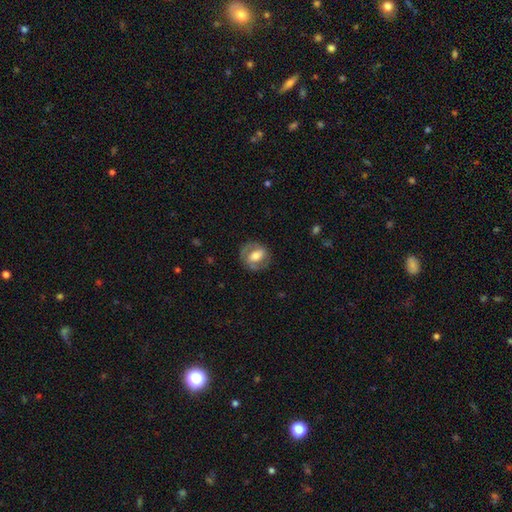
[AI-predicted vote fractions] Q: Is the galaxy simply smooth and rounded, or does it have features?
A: featured or disk — 55%.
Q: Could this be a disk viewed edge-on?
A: no — 95%.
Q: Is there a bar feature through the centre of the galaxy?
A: weak — 37%.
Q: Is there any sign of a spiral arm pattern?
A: yes — 60%.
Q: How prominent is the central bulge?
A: moderate — 53%.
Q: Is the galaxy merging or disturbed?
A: none — 76%.